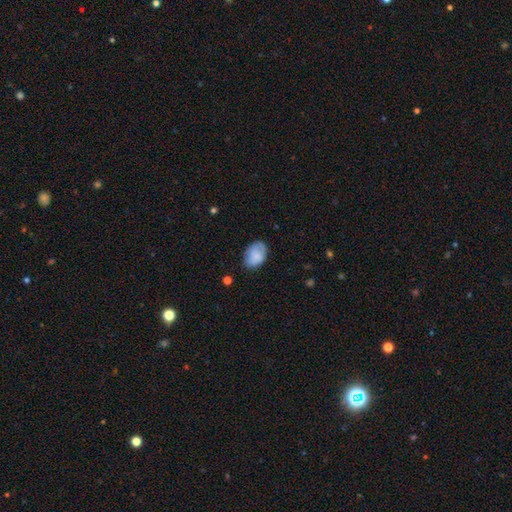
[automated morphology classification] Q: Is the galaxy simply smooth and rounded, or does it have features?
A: smooth — 80%.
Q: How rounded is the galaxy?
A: in between — 85%.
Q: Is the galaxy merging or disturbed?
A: none — 69%.